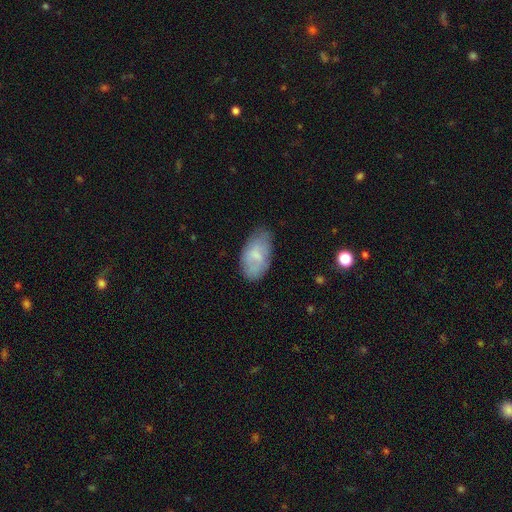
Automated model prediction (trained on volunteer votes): A smooth galaxy with no disk features (66%) that is in between round and cigar-shaped (94%).

Vote fractions:
- Smooth or featured? smooth: 66% / featured or disk: 27% / star or artifact: 7%
- How rounded? in between: 94% / round: 4% / cigar-shaped: 2%
- Merging? none: 65% / minor disturbance: 26% / major disturbance: 7% / merger: 2%